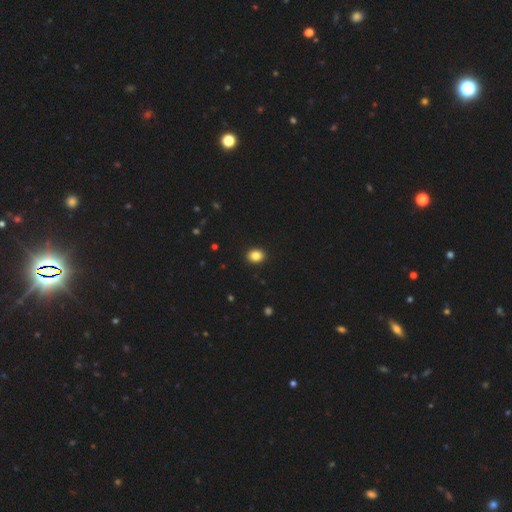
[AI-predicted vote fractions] A smooth galaxy with no disk features (85%) that is round (57%).

Vote fractions:
- Smooth or featured? smooth: 85% / star or artifact: 10% / featured or disk: 5%
- How rounded? round: 57% / in between: 42% / cigar-shaped: 1%
- Merging? none: 92% / minor disturbance: 5% / major disturbance: 2% / merger: 1%